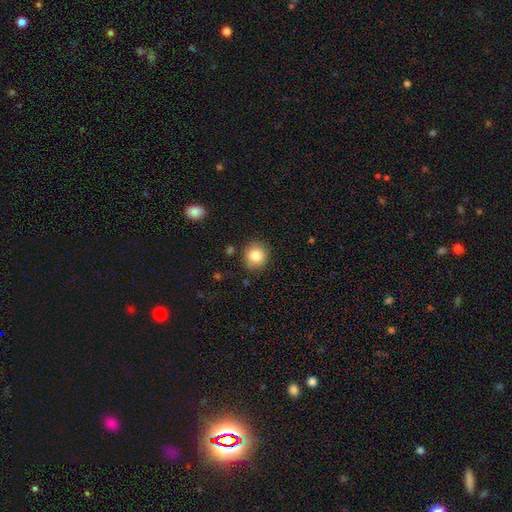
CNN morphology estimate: Smooth or featured: smooth — 84% (star or artifact — 9%)
How rounded: round — 84% (in between — 15%)
Merging: none — 86% (minor disturbance — 10%)